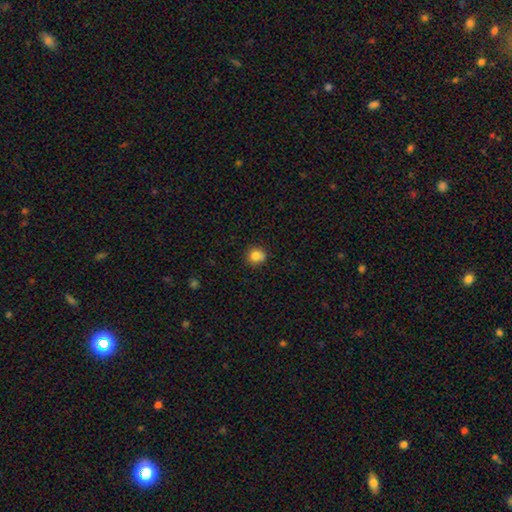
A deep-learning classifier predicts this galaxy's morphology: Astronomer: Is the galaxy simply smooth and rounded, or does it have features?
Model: smooth — 82%.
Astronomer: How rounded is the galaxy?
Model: round — 87%.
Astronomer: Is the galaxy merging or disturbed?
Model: none — 81%.